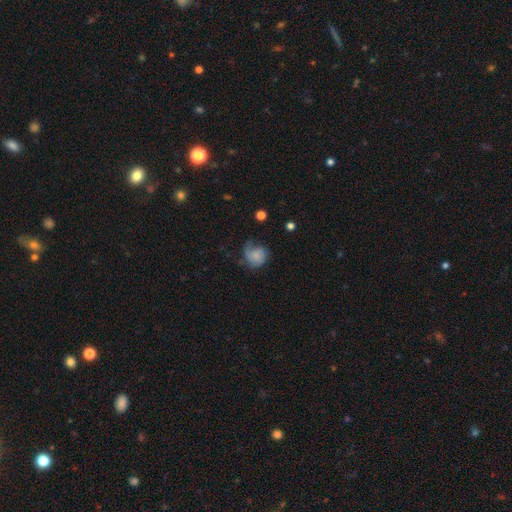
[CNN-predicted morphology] A smooth galaxy with no disk features (55%) that is round (72%).

Vote fractions:
- Smooth or featured? smooth: 55% / featured or disk: 36% / star or artifact: 9%
- How rounded? round: 72% / in between: 27% / cigar-shaped: 1%
- Merging? none: 44% / minor disturbance: 31% / major disturbance: 24% / merger: 2%